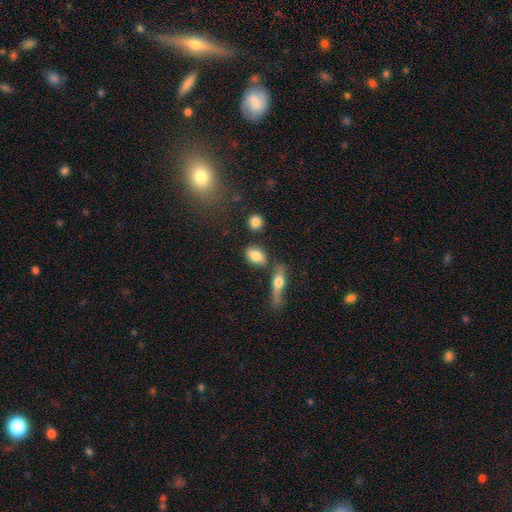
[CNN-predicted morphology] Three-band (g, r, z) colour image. It shows a smooth galaxy with no disk features (80%) that is in between round and cigar-shaped (80%). Merging: none (73%).